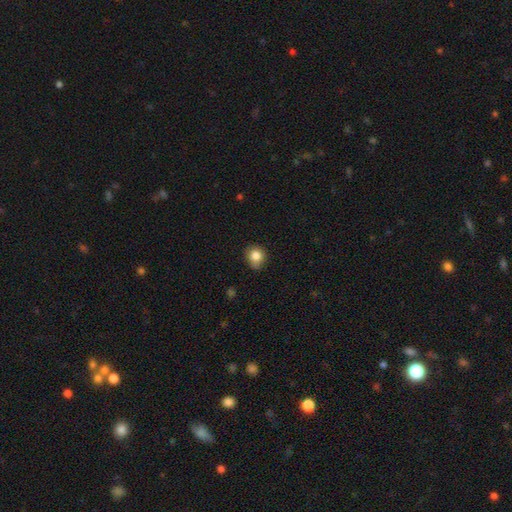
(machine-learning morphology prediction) This is clearly a smooth galaxy (83%). How rounded: clearly round (80%). Merging: likely none (74%).